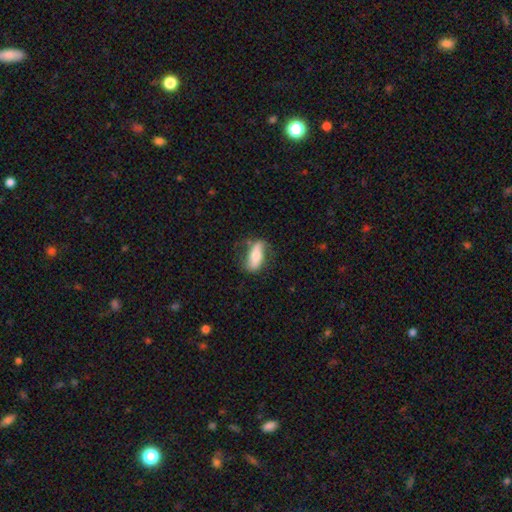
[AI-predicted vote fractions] Q: Smooth or featured?
A: smooth (50%); runner-up: featured or disk (43%)
Q: How rounded?
A: in between (73%); runner-up: cigar-shaped (23%)
Q: Merging?
A: none (63%); runner-up: minor disturbance (25%)